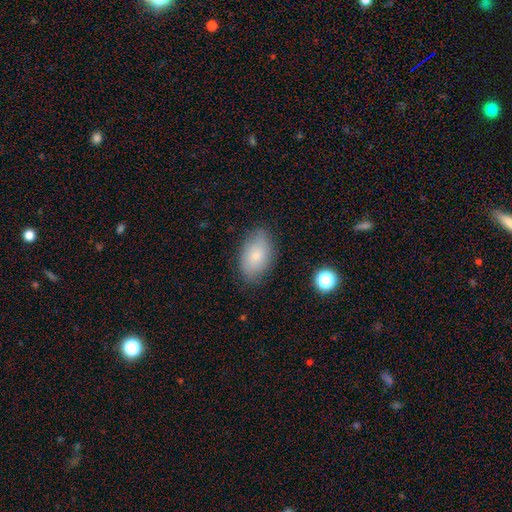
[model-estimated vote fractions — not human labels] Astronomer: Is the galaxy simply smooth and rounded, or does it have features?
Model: smooth — 77%.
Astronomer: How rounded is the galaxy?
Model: in between — 91%.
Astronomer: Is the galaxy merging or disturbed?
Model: none — 78%.